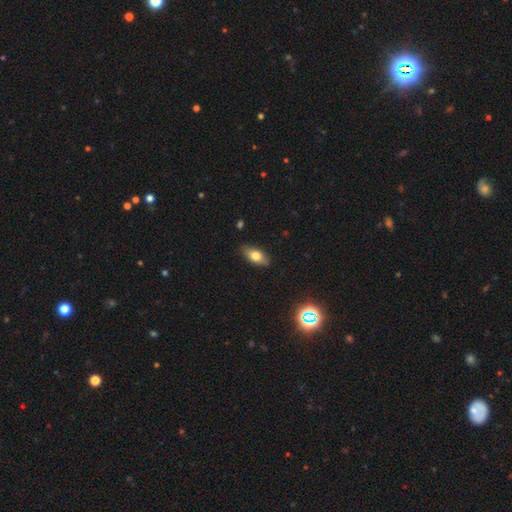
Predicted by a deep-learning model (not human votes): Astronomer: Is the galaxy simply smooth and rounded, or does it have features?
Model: smooth — 69%.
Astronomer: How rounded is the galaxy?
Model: in between — 83%.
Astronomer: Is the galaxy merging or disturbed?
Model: none — 85%.